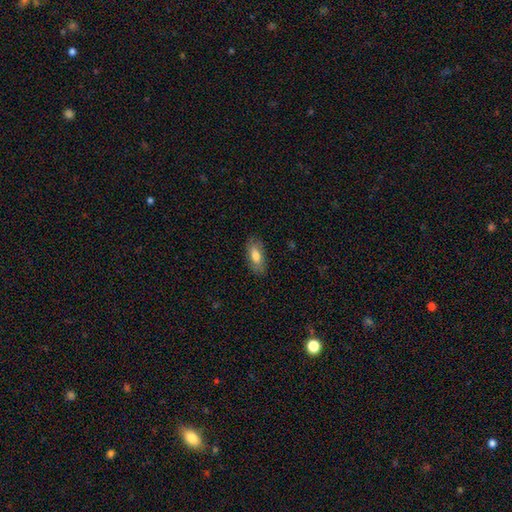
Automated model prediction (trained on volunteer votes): Q: Smooth or featured?
A: smooth (73%); runner-up: featured or disk (20%)
Q: How rounded?
A: in between (82%); runner-up: cigar-shaped (15%)
Q: Merging?
A: none (82%); runner-up: minor disturbance (13%)